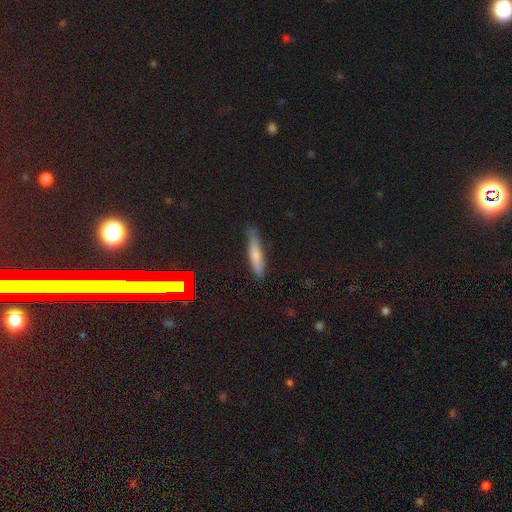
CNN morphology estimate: type=smooth (65%); roundness=cigar-shaped (84%); merging=none (79%).